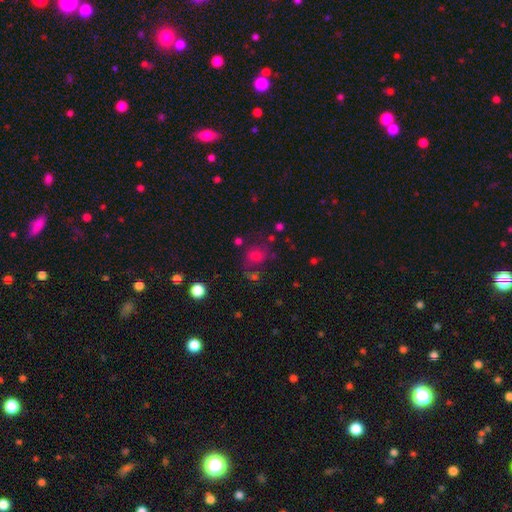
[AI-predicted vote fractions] This appears to be a smooth galaxy with no disk features (49%). Merging: none (54%).